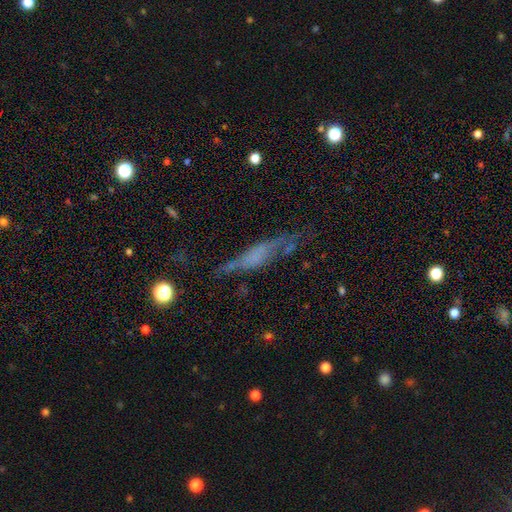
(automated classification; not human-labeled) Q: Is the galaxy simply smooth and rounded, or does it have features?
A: featured or disk — 53%.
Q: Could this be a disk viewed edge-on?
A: yes — 65%.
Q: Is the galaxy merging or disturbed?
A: none — 48%.